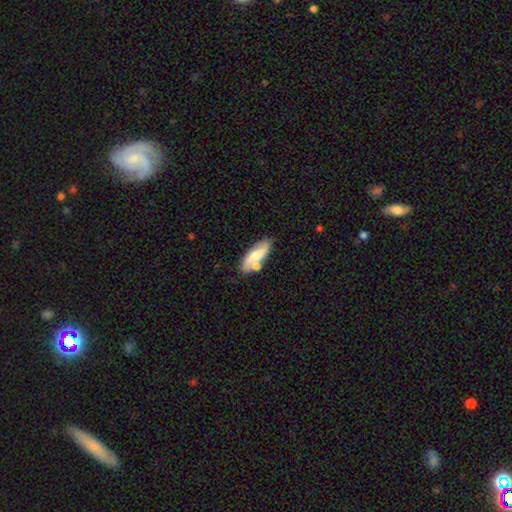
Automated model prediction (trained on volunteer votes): A featured or disk galaxy (50%).

Vote fractions:
- Smooth or featured? featured or disk: 50% / smooth: 44% / star or artifact: 7%
- Merging? none: 62% / merger: 17% / minor disturbance: 16% / major disturbance: 5%